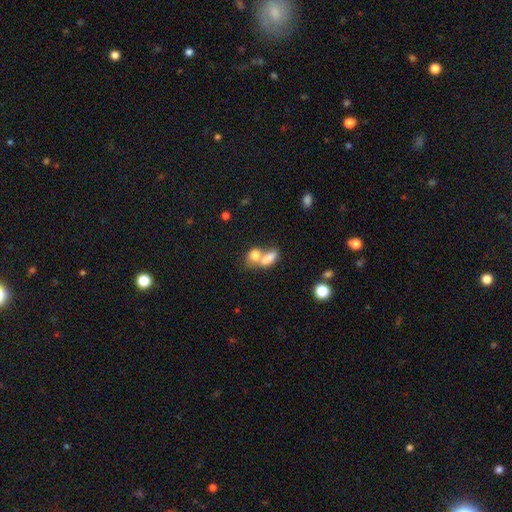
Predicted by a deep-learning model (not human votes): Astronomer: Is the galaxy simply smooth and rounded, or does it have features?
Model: smooth — 77%.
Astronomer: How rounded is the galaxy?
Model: in between — 69%.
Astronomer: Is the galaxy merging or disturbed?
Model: merger — 67%.